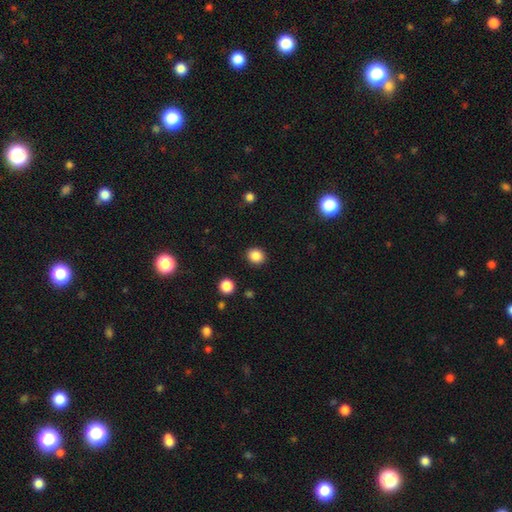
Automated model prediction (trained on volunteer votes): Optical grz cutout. It shows a smooth galaxy with no disk features (86%) that is round (75%). Merging: none (91%).